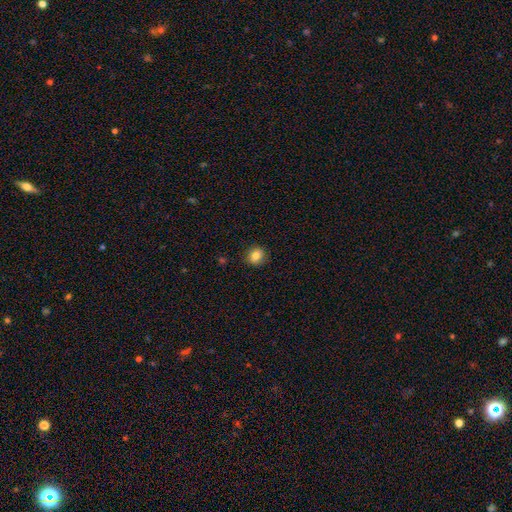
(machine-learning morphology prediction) type=smooth (84%); roundness=round (80%); merging=none (89%).